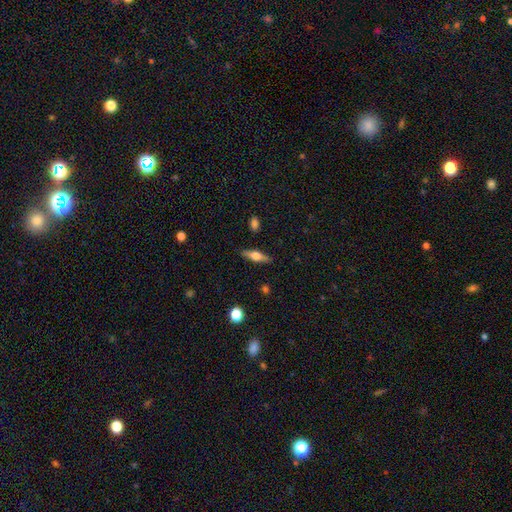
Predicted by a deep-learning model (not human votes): Smooth or featured? Predicted: featured or disk (p=0.49). Merging? Predicted: none (p=0.87).